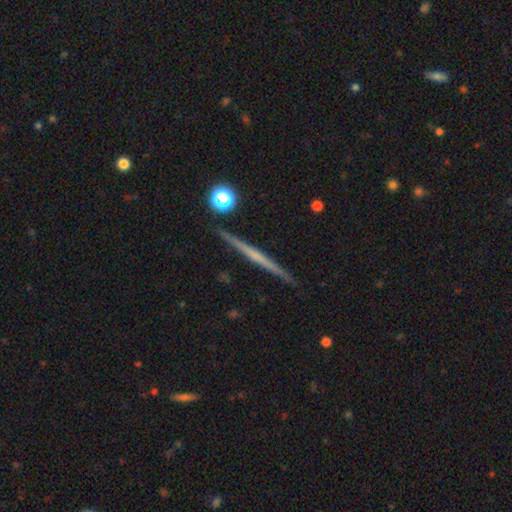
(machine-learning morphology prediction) Q: Smooth or featured?
A: featured or disk (65%); runner-up: smooth (28%)
Q: Edge-on disk?
A: yes (98%); runner-up: no (2%)
Q: Edge-on bulge?
A: none (78%); runner-up: rounded (16%)
Q: Merging?
A: none (91%); runner-up: minor disturbance (6%)